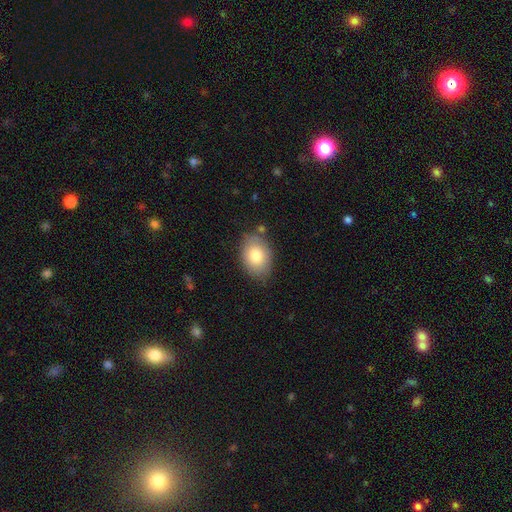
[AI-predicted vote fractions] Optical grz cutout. It shows a smooth galaxy with no disk features (80%) that is in between round and cigar-shaped (78%). Merging: none (77%).